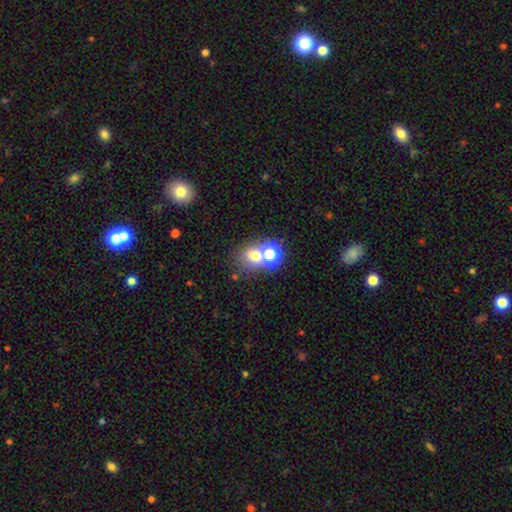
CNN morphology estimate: Smooth or featured? smooth (62%)
How rounded? round (70%)
Merging? none (47%)